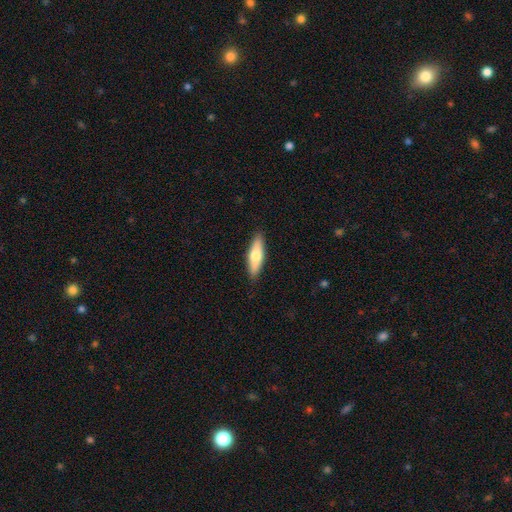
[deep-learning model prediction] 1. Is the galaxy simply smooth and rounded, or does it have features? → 62% smooth, 33% featured or disk, 5% star or artifact.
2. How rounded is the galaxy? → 58% cigar-shaped, 40% in between, 2% round.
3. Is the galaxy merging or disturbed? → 89% none, 8% minor disturbance, 2% major disturbance, 1% merger.